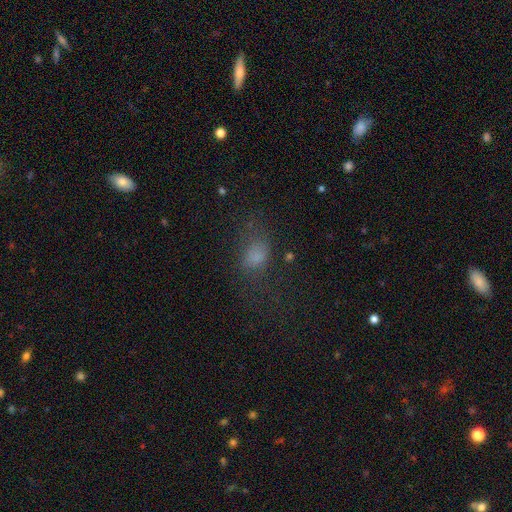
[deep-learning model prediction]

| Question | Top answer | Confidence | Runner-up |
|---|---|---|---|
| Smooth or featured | smooth | 68% | star or artifact (19%) |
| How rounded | in between | 75% | round (23%) |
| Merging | none | 49% | major disturbance (26%) |